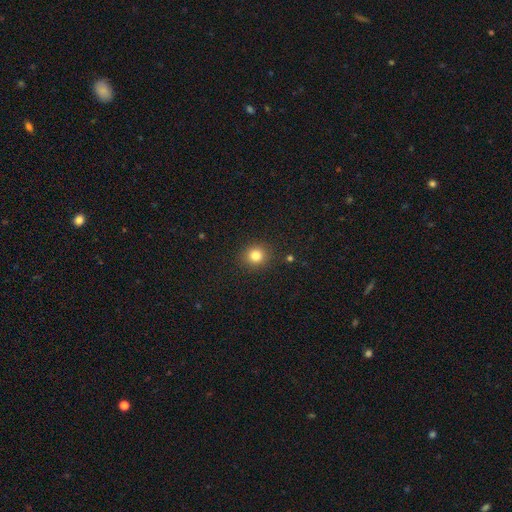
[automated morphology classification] This appears to be a smooth galaxy with no disk features (82%) that is round (87%). Merging: none (90%).